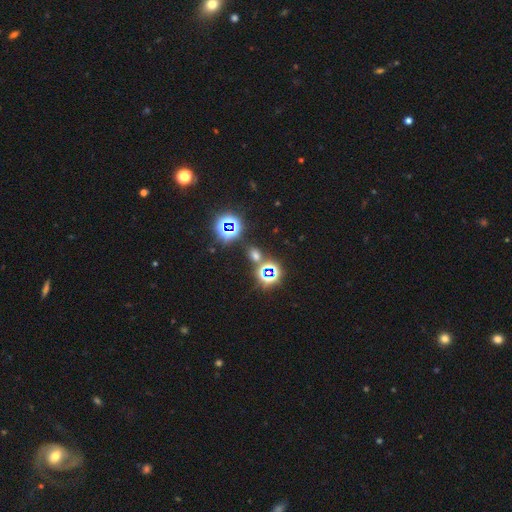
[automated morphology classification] type=star or artifact (54%).